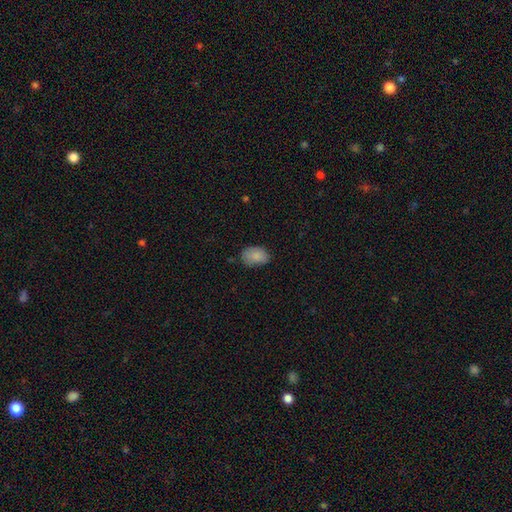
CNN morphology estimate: Smooth or featured? Predicted: smooth (p=0.86). How rounded? Predicted: in between (p=0.84). Merging? Predicted: none (p=0.70).